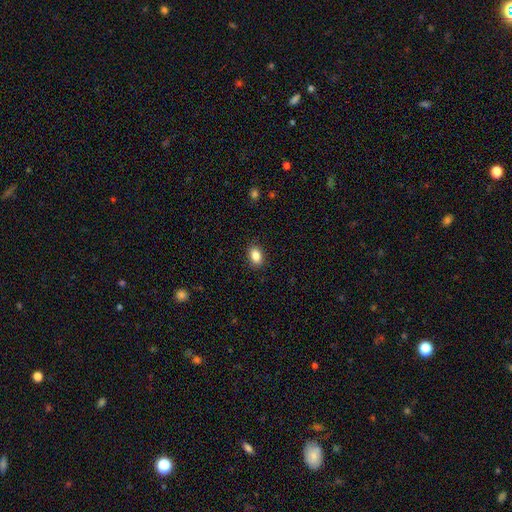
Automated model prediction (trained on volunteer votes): smooth-or-featured: smooth: 86% | star or artifact: 9% | featured or disk: 5%
  how-rounded: in between: 80% | round: 18% | cigar-shaped: 1%
  merging: none: 89% | minor disturbance: 8% | major disturbance: 2% | merger: 1%